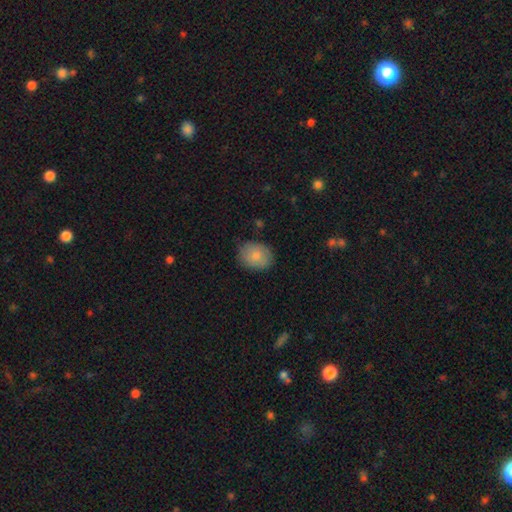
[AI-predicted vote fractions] Smooth or featured? smooth (81%)
How rounded? in between (59%)
Merging? none (79%)